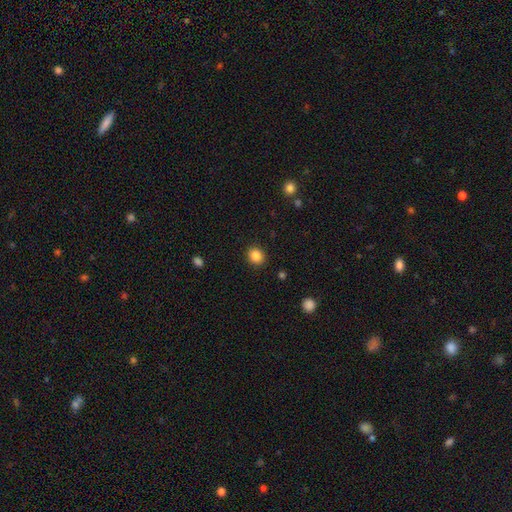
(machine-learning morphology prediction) Smooth or featured? Predicted: smooth (p=0.86). How rounded? Predicted: round (p=0.77). Merging? Predicted: none (p=0.90).